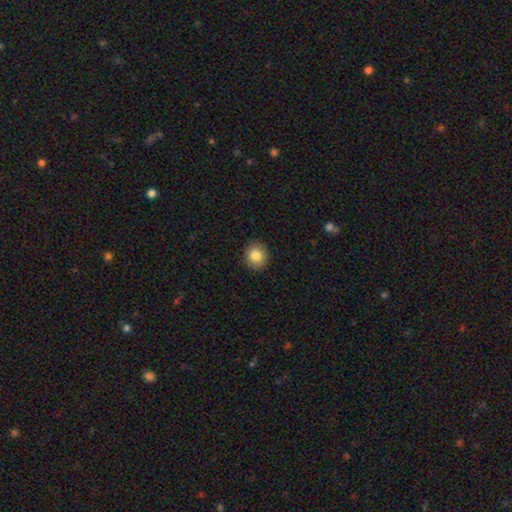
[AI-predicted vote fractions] A smooth galaxy with no disk features (85%) that is round (82%). Merging: none (91%).